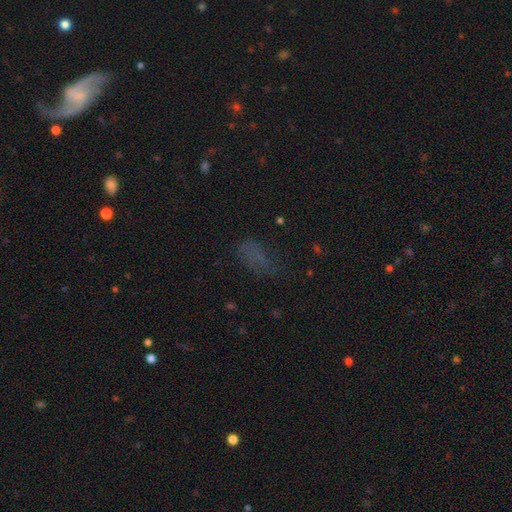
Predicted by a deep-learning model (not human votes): Q: Smooth or featured?
A: smooth (54%); runner-up: star or artifact (30%)
Q: How rounded?
A: in between (82%); runner-up: cigar-shaped (9%)
Q: Merging?
A: none (52%); runner-up: minor disturbance (23%)